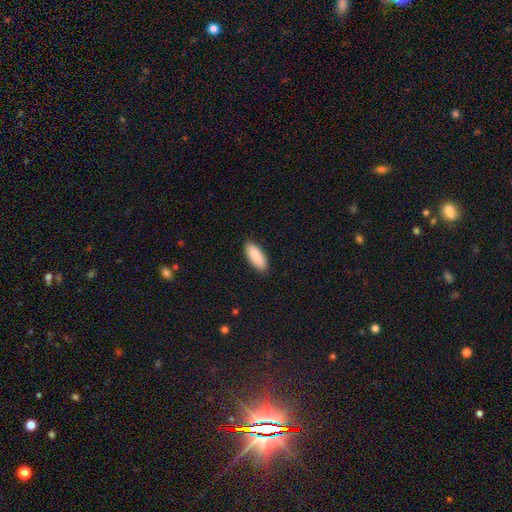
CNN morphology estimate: smooth 90%, star or artifact 5%, featured or disk 5%. Down the decision tree: how rounded — in between (77%); merging — none (89%).